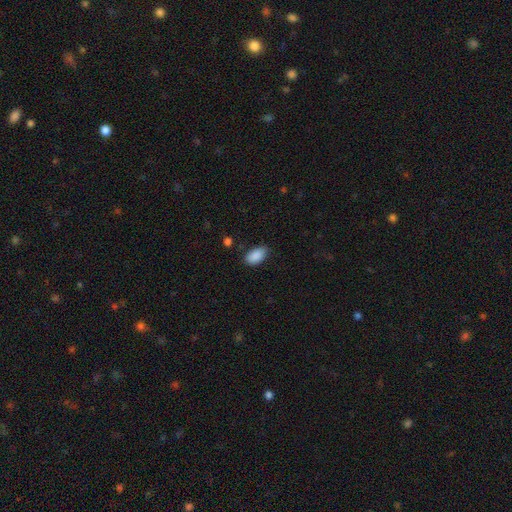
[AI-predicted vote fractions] This is clearly a smooth galaxy (89%). How rounded: clearly in between (94%). Merging: likely none (72%).